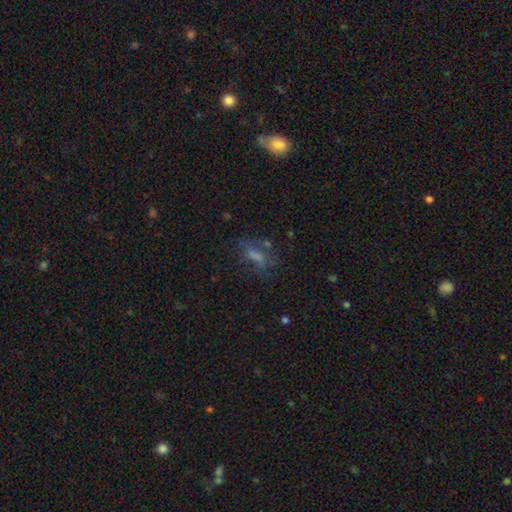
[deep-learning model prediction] Smooth or featured: smooth — 40% (featured or disk — 30%)
Merging: none — 54% (major disturbance — 21%)